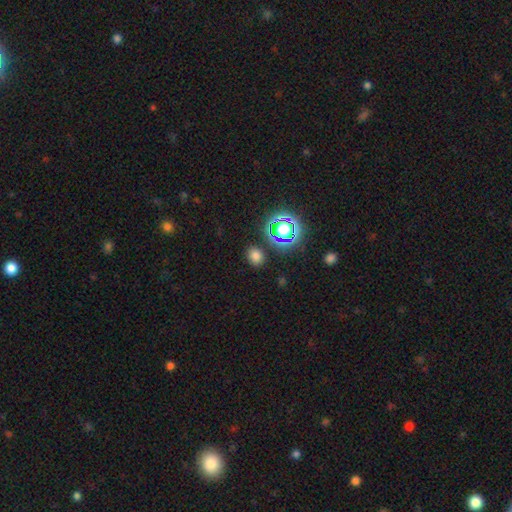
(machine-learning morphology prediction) Smooth or featured? Predicted: smooth (p=0.69). How rounded? Predicted: in between (p=0.50). Merging? Predicted: none (p=0.85).